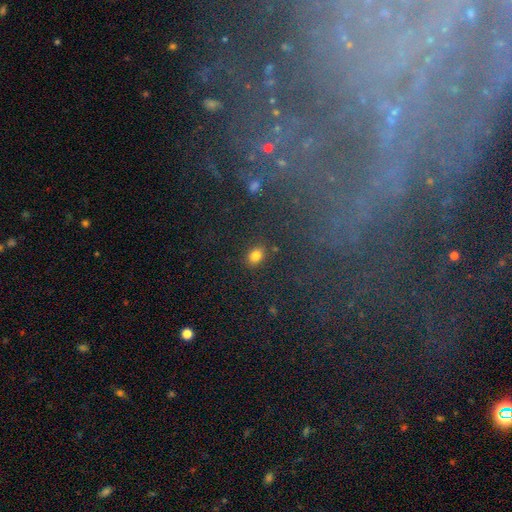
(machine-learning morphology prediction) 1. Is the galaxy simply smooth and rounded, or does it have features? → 80% smooth, 14% star or artifact, 6% featured or disk.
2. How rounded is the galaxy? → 65% in between, 34% round, 1% cigar-shaped.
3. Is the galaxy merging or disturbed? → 84% none, 10% minor disturbance, 3% major disturbance, 3% merger.